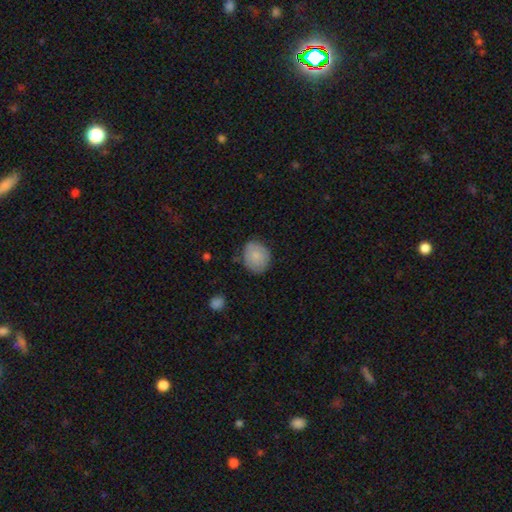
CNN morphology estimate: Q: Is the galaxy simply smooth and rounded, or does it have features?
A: smooth — 79%.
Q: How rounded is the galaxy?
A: round — 60%.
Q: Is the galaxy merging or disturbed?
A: none — 76%.